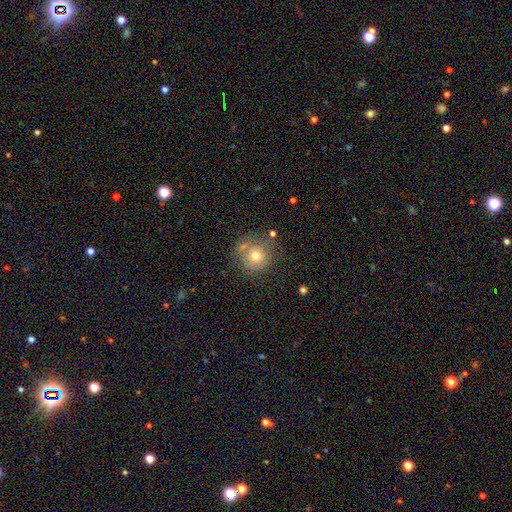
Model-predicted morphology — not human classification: Smooth or featured?
  - smooth: 70% *
  - featured or disk: 17%
  - star or artifact: 13%
How rounded?
  - round: 93% *
  - in between: 6%
  - cigar-shaped: 1%
Merging?
  - none: 68% *
  - minor disturbance: 16%
  - merger: 10%
  - major disturbance: 6%